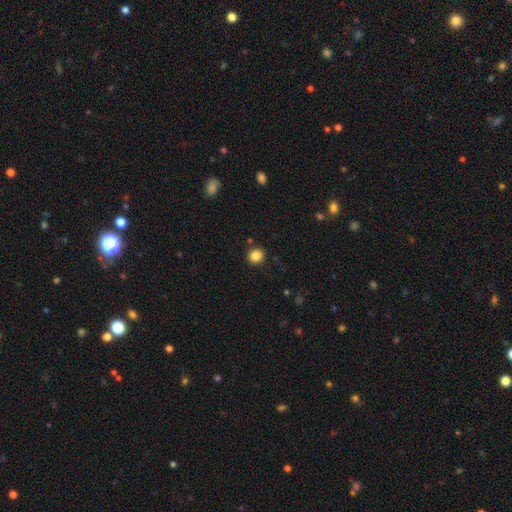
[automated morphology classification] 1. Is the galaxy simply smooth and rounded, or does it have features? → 85% smooth, 11% star or artifact, 4% featured or disk.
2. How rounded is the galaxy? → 86% round, 13% in between, 1% cigar-shaped.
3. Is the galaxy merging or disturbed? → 90% none, 6% minor disturbance, 2% merger, 2% major disturbance.